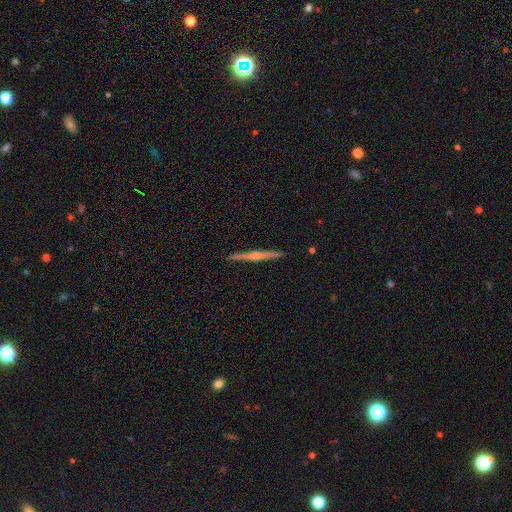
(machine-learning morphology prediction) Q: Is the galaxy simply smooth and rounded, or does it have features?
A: featured or disk — 74%.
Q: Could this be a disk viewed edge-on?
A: yes — 99%.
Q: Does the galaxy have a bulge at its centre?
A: rounded — 82%.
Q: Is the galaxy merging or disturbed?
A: none — 93%.